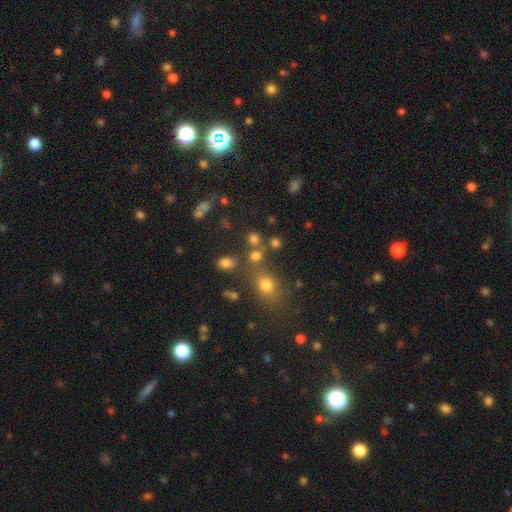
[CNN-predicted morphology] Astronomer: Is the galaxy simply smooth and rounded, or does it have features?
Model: smooth — 70%.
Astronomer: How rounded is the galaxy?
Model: round — 73%.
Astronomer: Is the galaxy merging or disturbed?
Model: none — 61%.